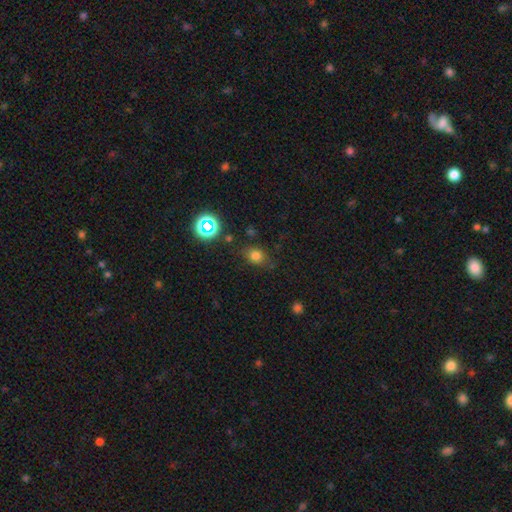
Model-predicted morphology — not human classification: smooth-or-featured: smooth: 72% | star or artifact: 19% | featured or disk: 8%
  how-rounded: round: 51% | in between: 47% | cigar-shaped: 2%
  merging: none: 74% | minor disturbance: 17% | major disturbance: 6% | merger: 3%